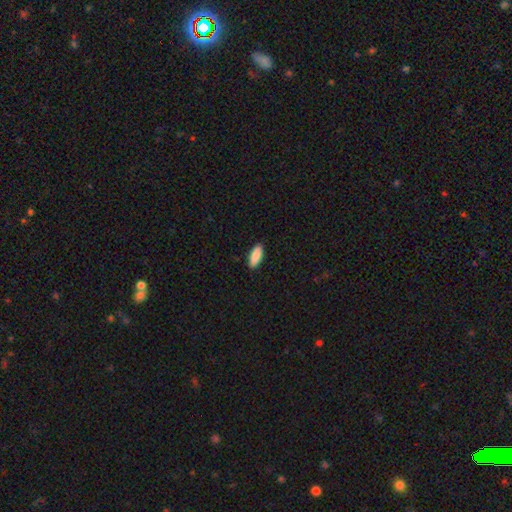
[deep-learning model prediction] A smooth galaxy with no disk features (90%) that is in between round and cigar-shaped (75%). Merging: none (90%).